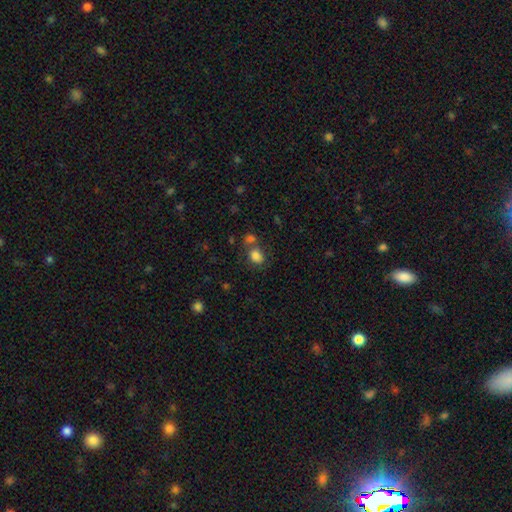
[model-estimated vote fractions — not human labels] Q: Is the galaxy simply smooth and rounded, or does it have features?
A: smooth — 82%.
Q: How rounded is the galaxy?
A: in between — 55%.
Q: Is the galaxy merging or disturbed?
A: none — 56%.